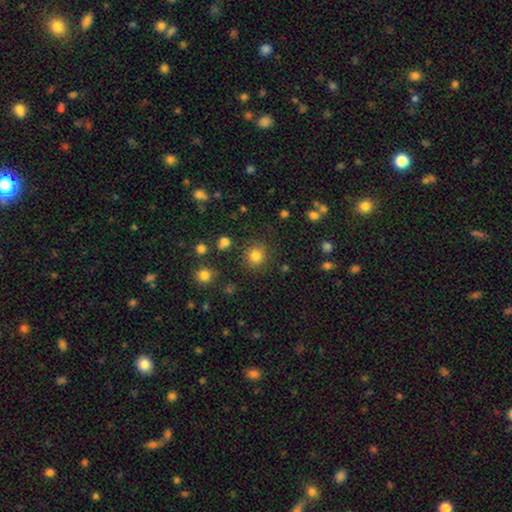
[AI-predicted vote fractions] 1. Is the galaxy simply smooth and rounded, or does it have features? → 82% smooth, 13% star or artifact, 5% featured or disk.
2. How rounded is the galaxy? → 91% round, 8% in between, 1% cigar-shaped.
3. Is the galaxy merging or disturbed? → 87% none, 7% minor disturbance, 3% major disturbance, 3% merger.